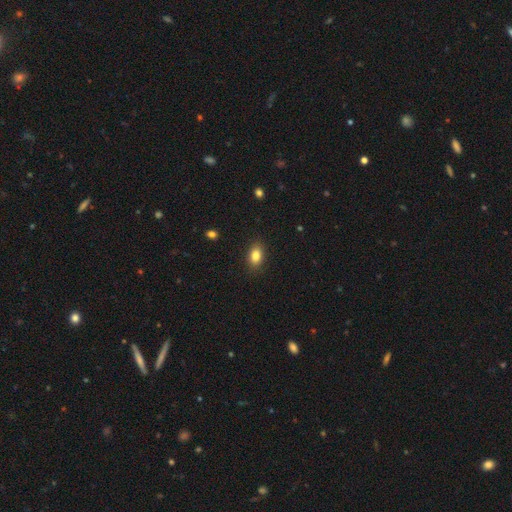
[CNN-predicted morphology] A smooth galaxy with no disk features (84%) that is in between round and cigar-shaped (85%).

Vote fractions:
- Smooth or featured? smooth: 84% / star or artifact: 9% / featured or disk: 7%
- How rounded? in between: 85% / round: 13% / cigar-shaped: 2%
- Merging? none: 87% / minor disturbance: 10% / major disturbance: 2% / merger: 1%